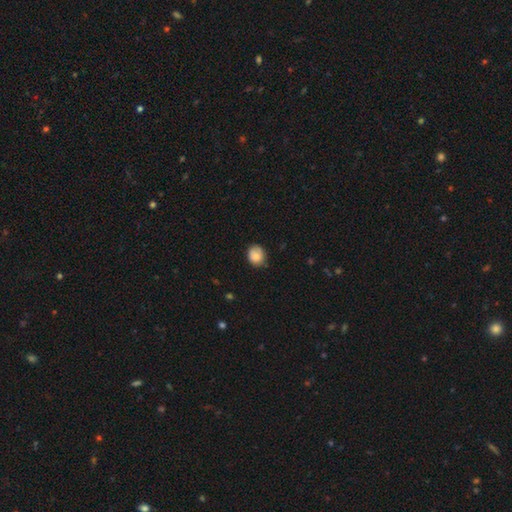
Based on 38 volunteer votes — smooth-or-featured: smooth: 87% | featured or disk: 8% | star or artifact: 5%
  how-rounded: round: 58% | in between: 42% | cigar-shaped: 0%
  merging: none: 78% | minor disturbance: 22% | major disturbance: 0% | merger: 0%